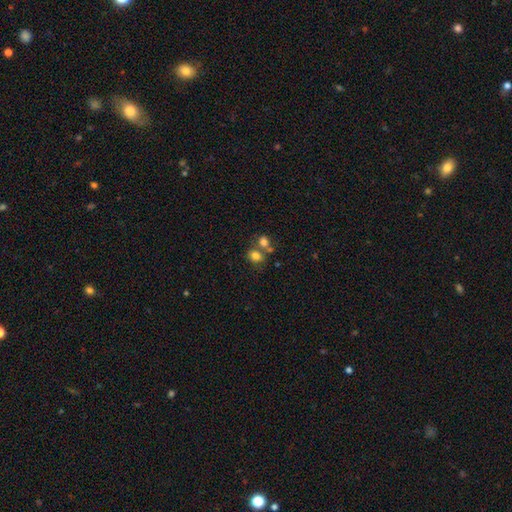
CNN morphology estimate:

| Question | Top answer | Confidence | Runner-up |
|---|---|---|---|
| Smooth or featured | smooth | 78% | star or artifact (12%) |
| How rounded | in between | 51% | round (48%) |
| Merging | none | 44% | merger (42%) |